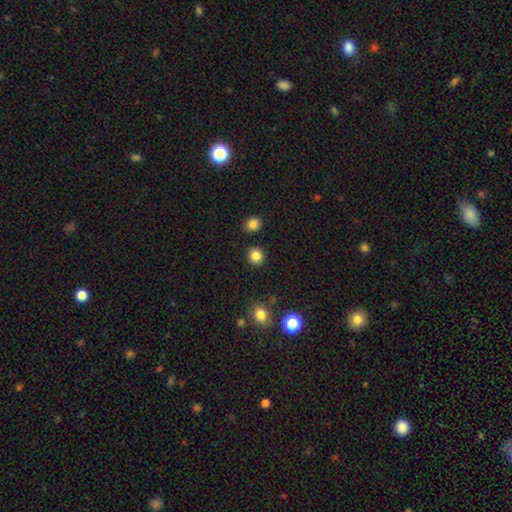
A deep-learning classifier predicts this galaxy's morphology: Smooth or featured?
  - smooth: 85% *
  - star or artifact: 11%
  - featured or disk: 4%
How rounded?
  - round: 90% *
  - in between: 9%
  - cigar-shaped: 1%
Merging?
  - none: 90% *
  - minor disturbance: 5%
  - merger: 2%
  - major disturbance: 2%